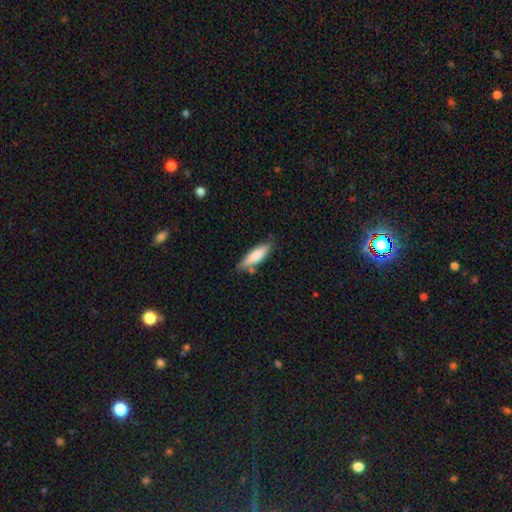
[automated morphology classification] A smooth galaxy with no disk features (80%) that is cigar-shaped (60%).

Vote fractions:
- Smooth or featured? smooth: 80% / featured or disk: 15% / star or artifact: 5%
- How rounded? cigar-shaped: 60% / in between: 39% / round: 2%
- Merging? none: 75% / minor disturbance: 17% / merger: 5% / major disturbance: 3%